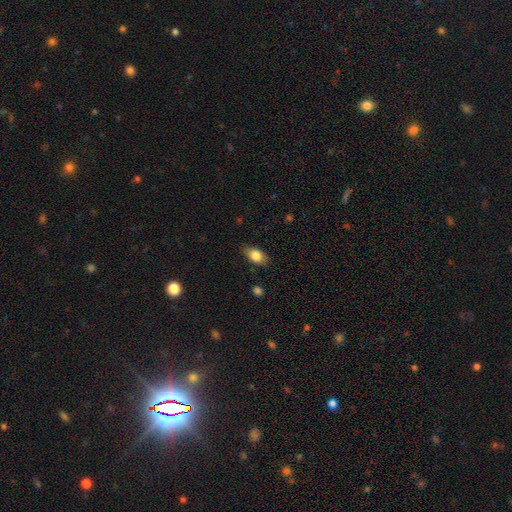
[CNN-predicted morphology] Q: Smooth or featured?
A: smooth (81%); runner-up: featured or disk (11%)
Q: How rounded?
A: in between (87%); runner-up: round (9%)
Q: Merging?
A: none (81%); runner-up: minor disturbance (14%)